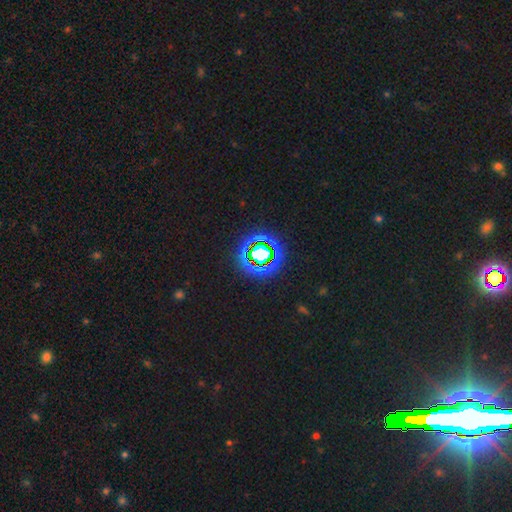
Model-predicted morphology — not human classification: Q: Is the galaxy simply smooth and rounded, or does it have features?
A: star or artifact — 79%.